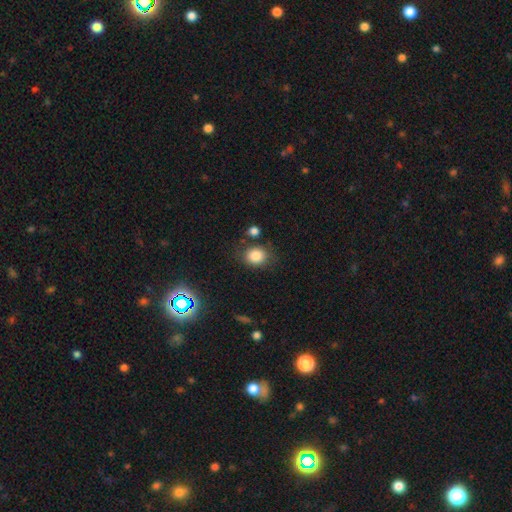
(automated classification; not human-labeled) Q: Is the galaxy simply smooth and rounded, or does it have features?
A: smooth — 84%.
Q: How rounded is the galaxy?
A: round — 64%.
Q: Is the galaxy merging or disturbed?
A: none — 74%.